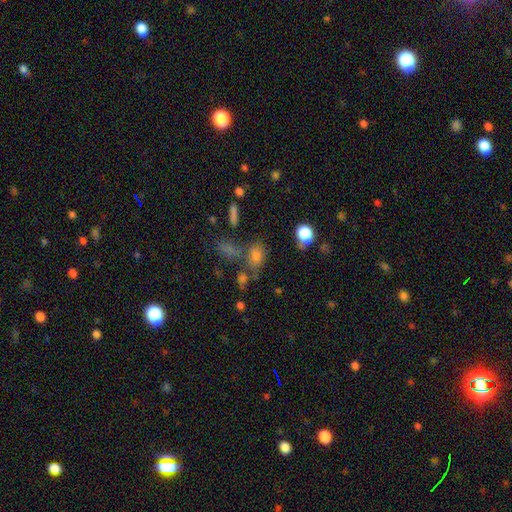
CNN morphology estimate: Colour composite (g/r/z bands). It shows a smooth galaxy with no disk features (68%) that is in between round and cigar-shaped (70%). Merging: none (56%).